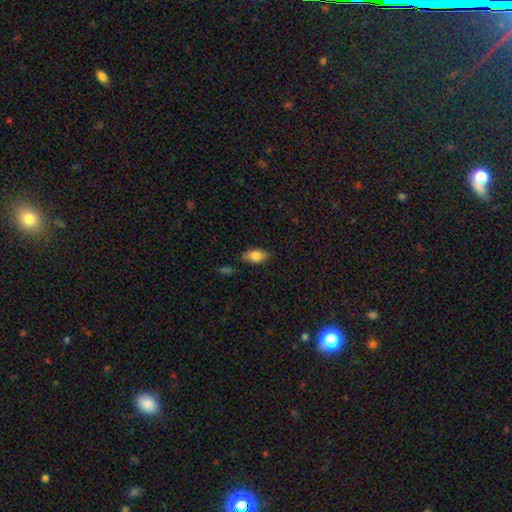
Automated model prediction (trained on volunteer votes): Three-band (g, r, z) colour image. It shows a smooth galaxy with no disk features (83%) that is in between round and cigar-shaped (90%). Merging: none (78%).